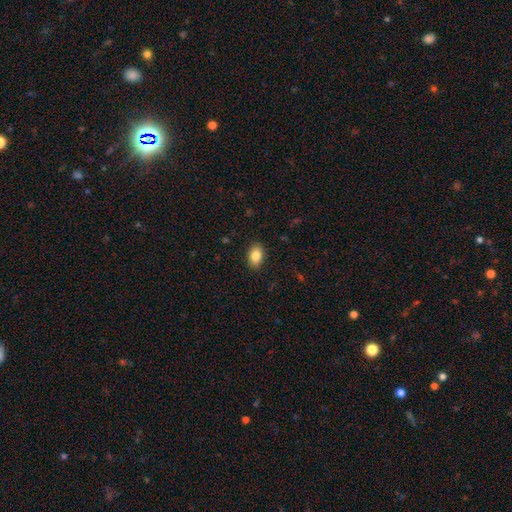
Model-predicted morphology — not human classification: smooth-or-featured: smooth: 84% | star or artifact: 8% | featured or disk: 8%
  how-rounded: in between: 85% | round: 14% | cigar-shaped: 1%
  merging: none: 89% | minor disturbance: 8% | major disturbance: 2% | merger: 1%